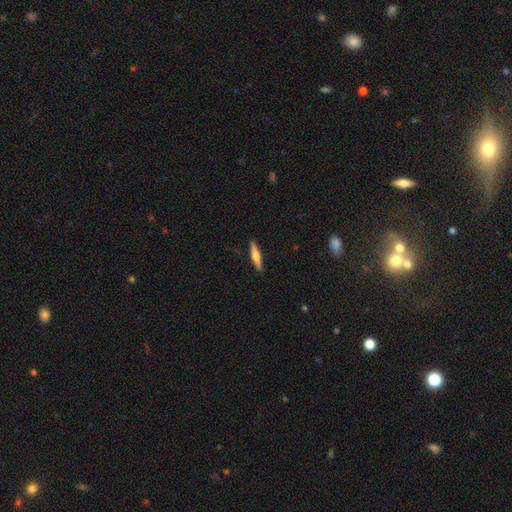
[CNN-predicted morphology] Smooth or featured?
  - featured or disk: 48% *
  - smooth: 47%
  - star or artifact: 5%
Merging?
  - none: 91% *
  - minor disturbance: 6%
  - major disturbance: 1%
  - merger: 1%